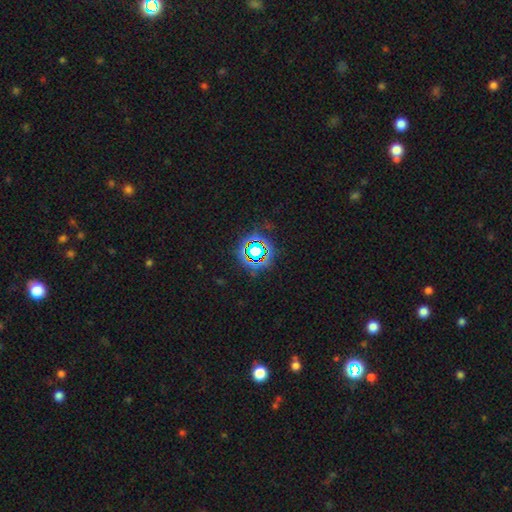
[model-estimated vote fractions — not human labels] A star or artifact, not a galaxy (72%).

Vote fractions:
- Smooth or featured? star or artifact: 72% / smooth: 16% / featured or disk: 12%